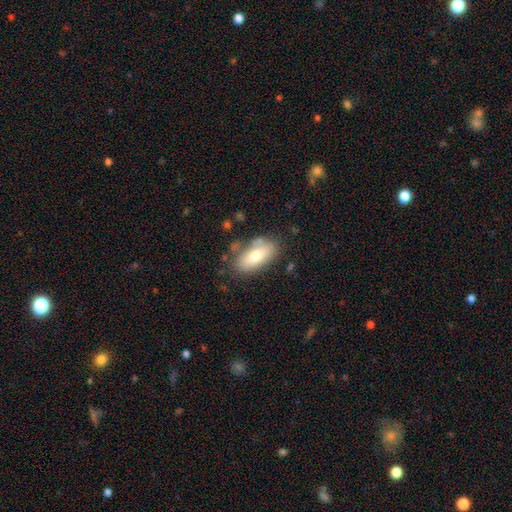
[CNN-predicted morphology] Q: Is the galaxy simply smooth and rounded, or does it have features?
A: smooth — 72%.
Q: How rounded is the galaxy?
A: in between — 88%.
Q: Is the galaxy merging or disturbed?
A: none — 73%.